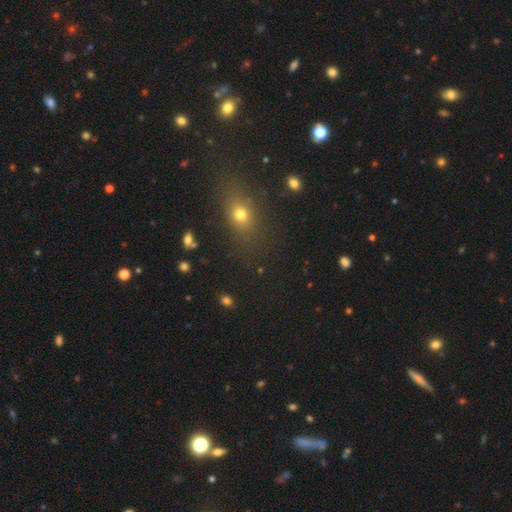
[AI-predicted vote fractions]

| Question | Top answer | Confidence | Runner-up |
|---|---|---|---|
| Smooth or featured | smooth | 54% | star or artifact (35%) |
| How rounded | in between | 55% | round (38%) |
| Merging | none | 84% | minor disturbance (10%) |